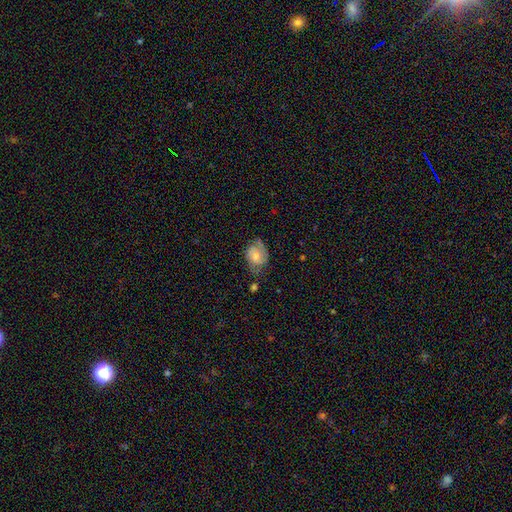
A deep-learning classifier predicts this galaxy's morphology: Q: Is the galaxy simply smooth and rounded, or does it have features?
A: featured or disk — 47%.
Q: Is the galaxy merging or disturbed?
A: none — 53%.